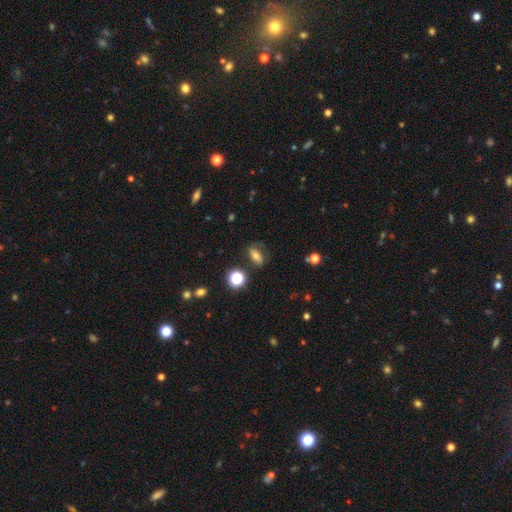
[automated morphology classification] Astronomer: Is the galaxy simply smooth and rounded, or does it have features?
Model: smooth — 60%.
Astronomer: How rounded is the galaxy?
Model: in between — 63%.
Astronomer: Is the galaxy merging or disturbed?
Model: none — 73%.